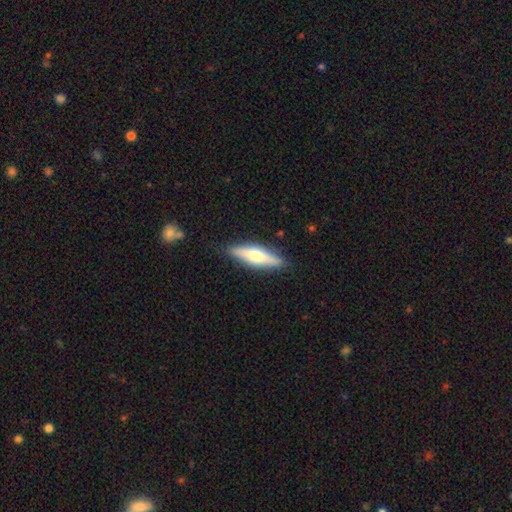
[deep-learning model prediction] Smooth or featured? smooth (49%)
Merging? none (86%)